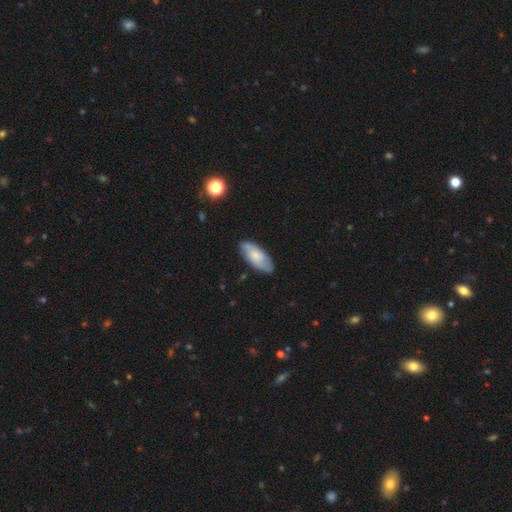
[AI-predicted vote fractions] A smooth galaxy with no disk features (53%) that is in between round and cigar-shaped (85%). Merging: none (78%).